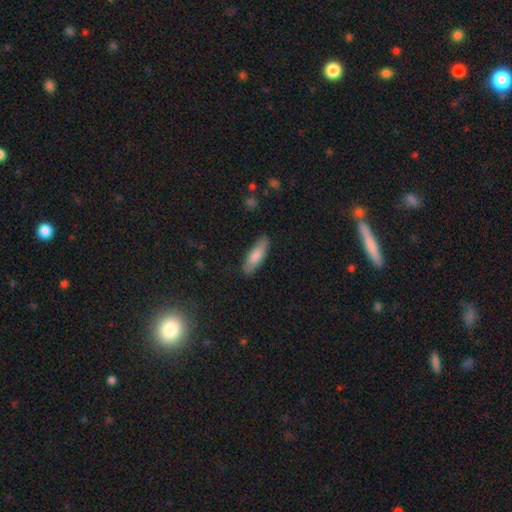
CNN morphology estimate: Overall: smooth (79%). How rounded: in between (52%; cigar-shaped 47%). Merging: none (84%).